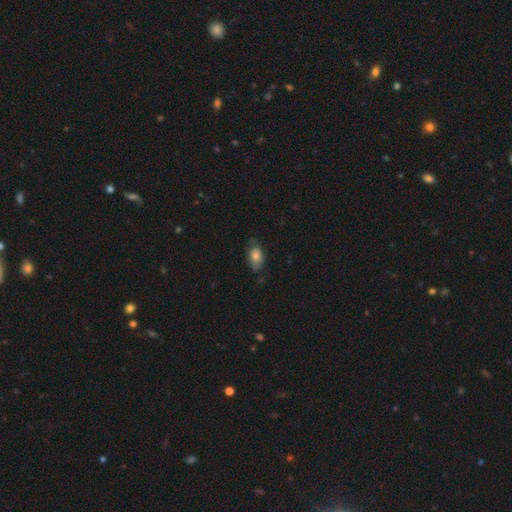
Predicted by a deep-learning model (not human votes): A smooth galaxy with no disk features (76%) that is in between round and cigar-shaped (88%). Merging: none (61%).